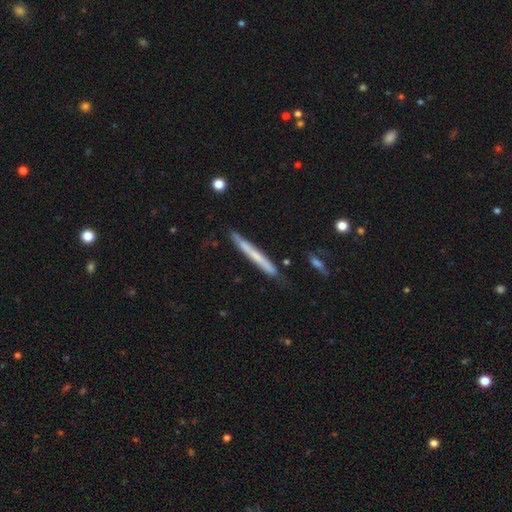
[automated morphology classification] smooth 53%, featured or disk 41%, star or artifact 6%. Down the decision tree: how rounded — cigar-shaped (97%); merging — none (84%).